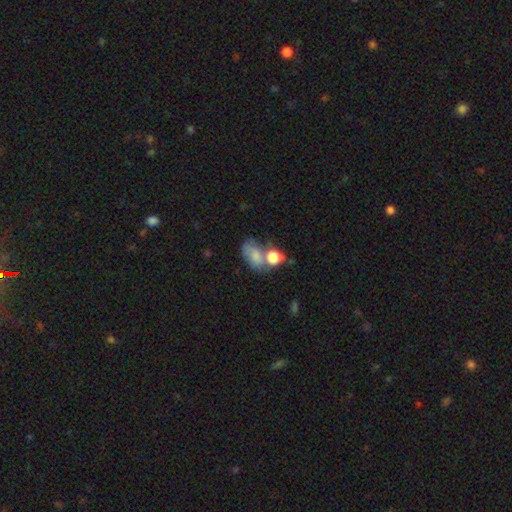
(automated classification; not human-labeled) Smooth or featured: smooth — 68% (featured or disk — 20%)
How rounded: in between — 78% (round — 20%)
Merging: merger — 42% (none — 26%)